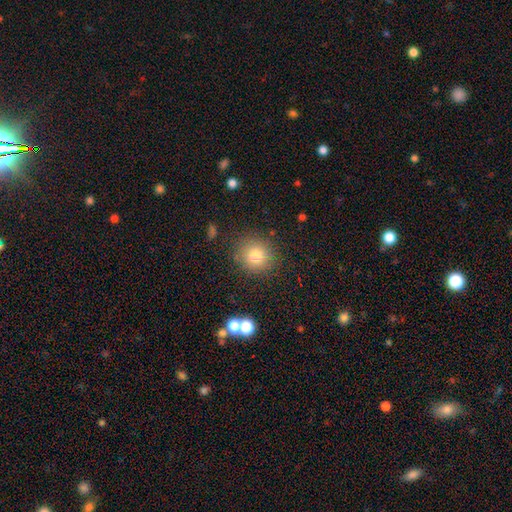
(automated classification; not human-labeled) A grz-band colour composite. It shows a smooth galaxy with no disk features (78%) that is round (90%). Merging: none (86%).